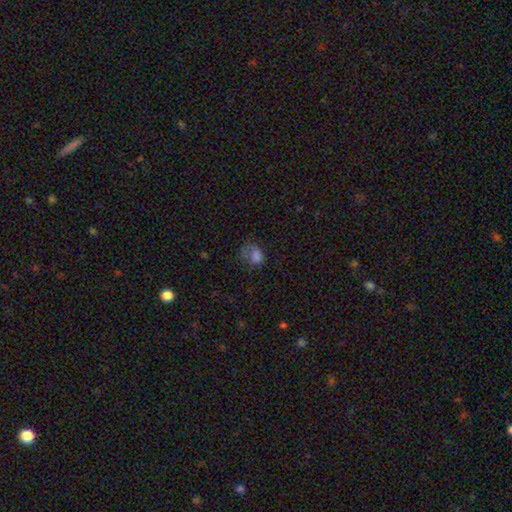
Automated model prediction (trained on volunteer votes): Smooth or featured? Predicted: smooth (p=0.70). How rounded? Predicted: in between (p=0.51). Merging? Predicted: major disturbance (p=0.37).